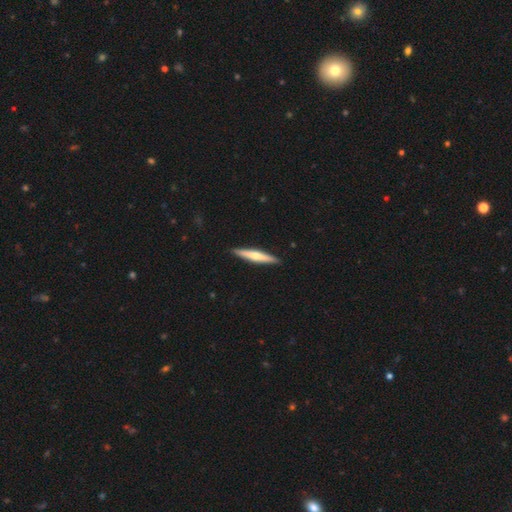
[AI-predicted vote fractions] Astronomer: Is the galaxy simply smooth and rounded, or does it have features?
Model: featured or disk — 50% (runner-up: smooth, 45%).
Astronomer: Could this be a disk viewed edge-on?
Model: yes — 96%.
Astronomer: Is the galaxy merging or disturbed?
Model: none — 91%.